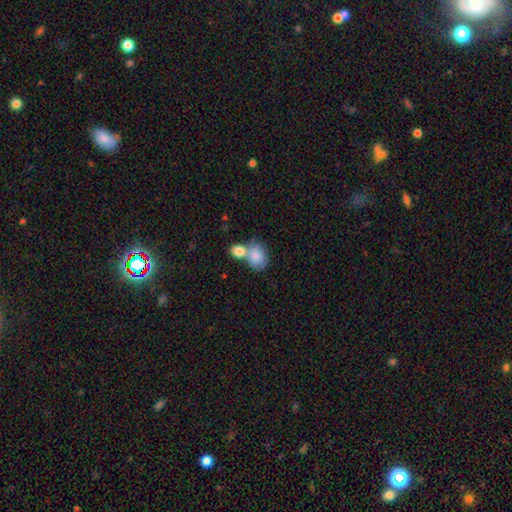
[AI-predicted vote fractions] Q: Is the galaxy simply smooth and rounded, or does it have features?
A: smooth — 83%.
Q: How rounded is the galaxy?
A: in between — 55%.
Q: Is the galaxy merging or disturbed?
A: merger — 58%.